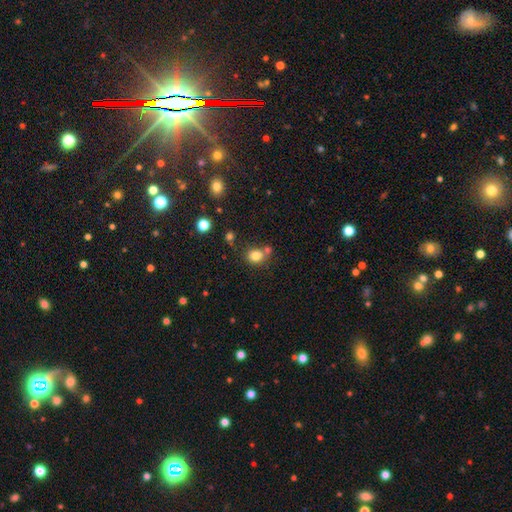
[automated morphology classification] Q: Smooth or featured?
A: smooth (80%); runner-up: star or artifact (12%)
Q: How rounded?
A: round (70%); runner-up: in between (29%)
Q: Merging?
A: none (62%); runner-up: merger (22%)